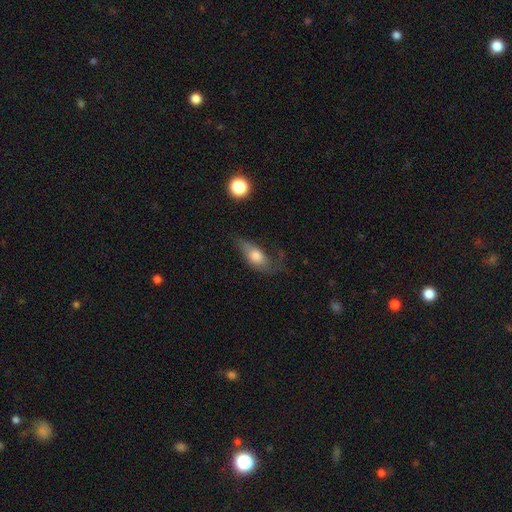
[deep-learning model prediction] A smooth galaxy with no disk features (58%) that is in between round and cigar-shaped (78%).

Vote fractions:
- Smooth or featured? smooth: 58% / featured or disk: 34% / star or artifact: 8%
- How rounded? in between: 78% / cigar-shaped: 14% / round: 8%
- Merging? none: 38% / minor disturbance: 30% / major disturbance: 28% / merger: 3%